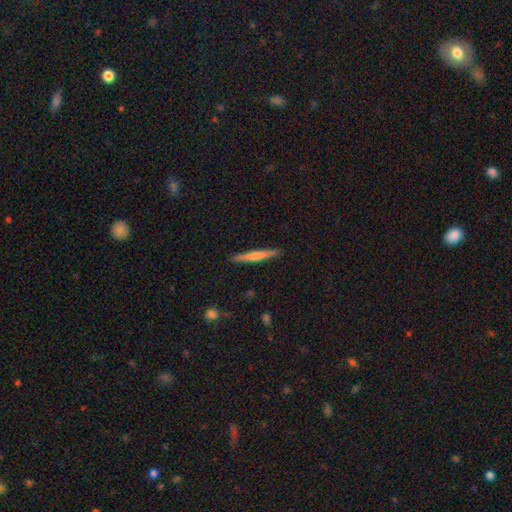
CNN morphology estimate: The model was most divided on "smooth or featured": smooth: 54%, featured or disk: 41%, star or artifact: 6%. More confident: how rounded — cigar-shaped (95%); merging — none (90%).